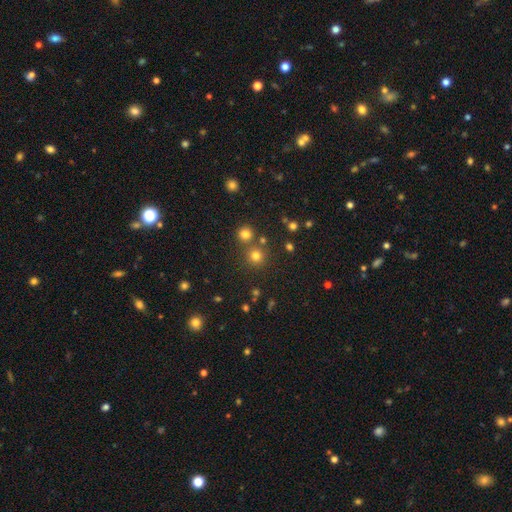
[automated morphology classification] smooth-or-featured: smooth: 72% | star or artifact: 21% | featured or disk: 6%
  how-rounded: round: 93% | in between: 6% | cigar-shaped: 1%
  merging: none: 76% | merger: 15% | minor disturbance: 6% | major disturbance: 3%